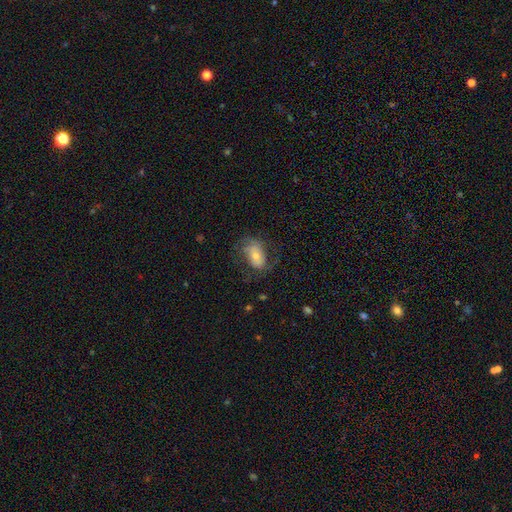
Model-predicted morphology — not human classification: smooth-or-featured: featured or disk: 48% | smooth: 43% | star or artifact: 10%
  merging: none: 59% | minor disturbance: 22% | major disturbance: 18% | merger: 1%